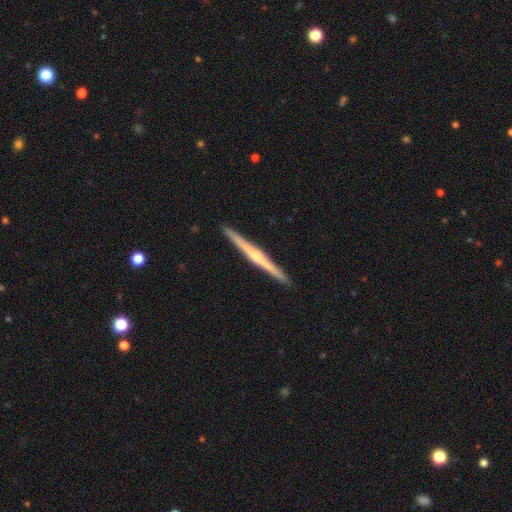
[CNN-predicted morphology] smooth-or-featured: featured or disk: 73% | smooth: 22% | star or artifact: 5%
  disk-edge-on: yes: 99% | no: 1%
    edge-on-bulge: rounded: 67% | none: 24% | boxy: 9%
  merging: none: 93% | minor disturbance: 5% | major disturbance: 1% | merger: 1%